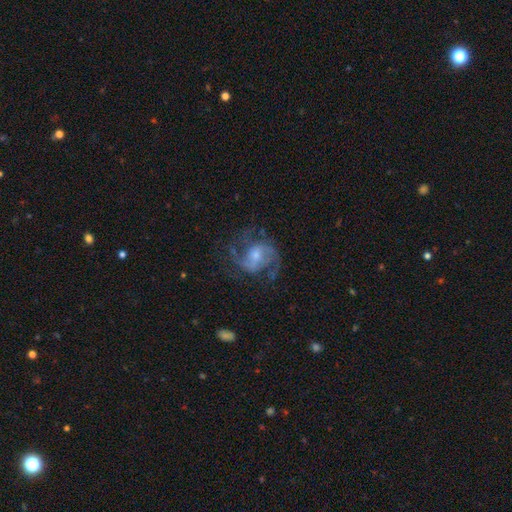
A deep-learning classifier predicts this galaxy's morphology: Smooth or featured? Predicted: featured or disk (p=0.82). Edge-on disk? Predicted: no (p=0.98). Bar? Predicted: weak (p=0.45). Spiral arms? Predicted: yes (p=0.92). Spiral winding? Predicted: medium (p=0.53). Spiral arm count? Predicted: 2 (p=0.61). Bulge size? Predicted: moderate (p=0.45). Merging? Predicted: none (p=0.59).